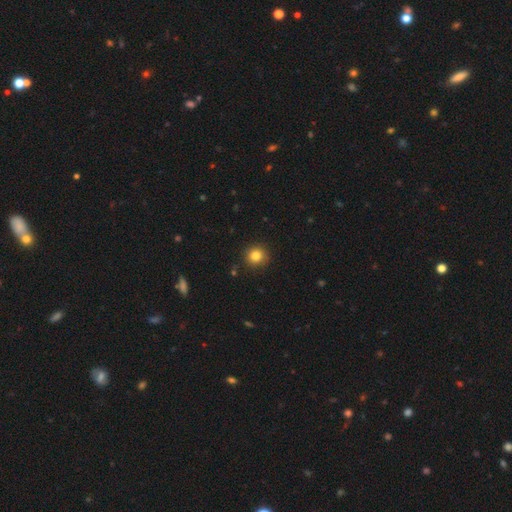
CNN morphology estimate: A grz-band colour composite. It shows a smooth galaxy with no disk features (82%) that is round (92%). Merging: none (90%).